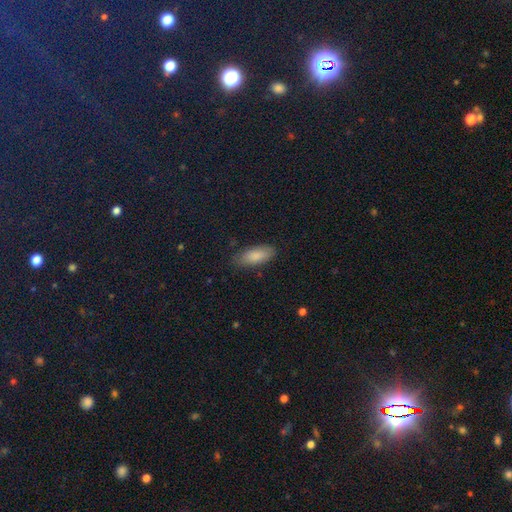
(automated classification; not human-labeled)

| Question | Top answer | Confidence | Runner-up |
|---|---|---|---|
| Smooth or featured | smooth | 86% | featured or disk (8%) |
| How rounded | in between | 82% | cigar-shaped (16%) |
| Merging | none | 83% | minor disturbance (13%) |